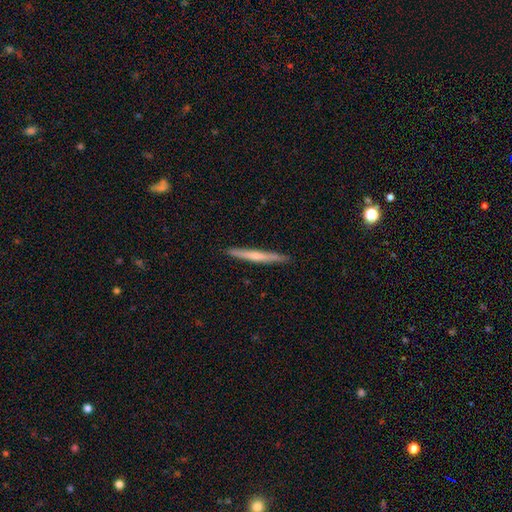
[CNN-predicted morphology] Q: Smooth or featured?
A: featured or disk (48%); runner-up: smooth (47%)
Q: Merging?
A: none (91%); runner-up: minor disturbance (7%)